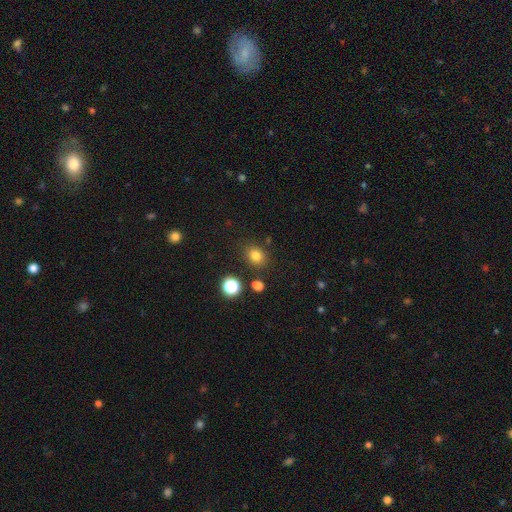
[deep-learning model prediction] Smooth or featured? Predicted: smooth (p=0.79). How rounded? Predicted: round (p=0.64). Merging? Predicted: none (p=0.83).